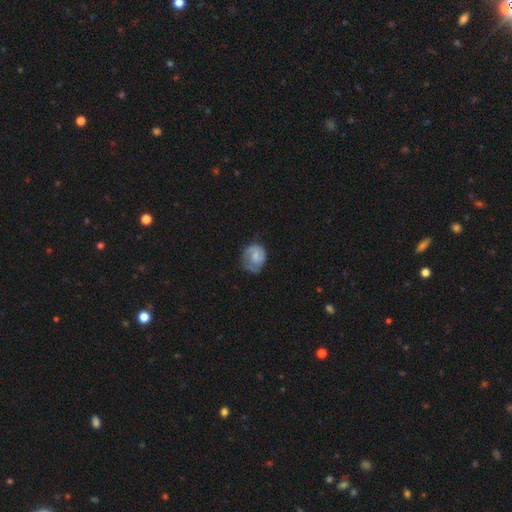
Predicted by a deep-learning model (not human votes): featured or disk 47%, smooth 46%, star or artifact 7%. Down the decision tree: merging — none (51%).